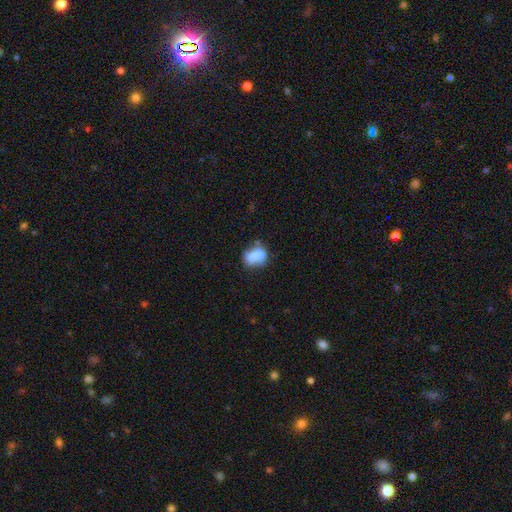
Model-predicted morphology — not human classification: Overall: smooth (77%). How rounded: in between (77%). Merging: none (52%; minor disturbance 28%).